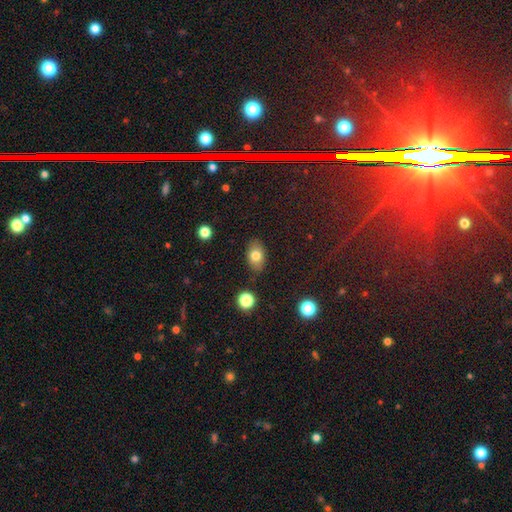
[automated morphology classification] A smooth galaxy with no disk features (77%) that is in between round and cigar-shaped (84%). Merging: none (83%).